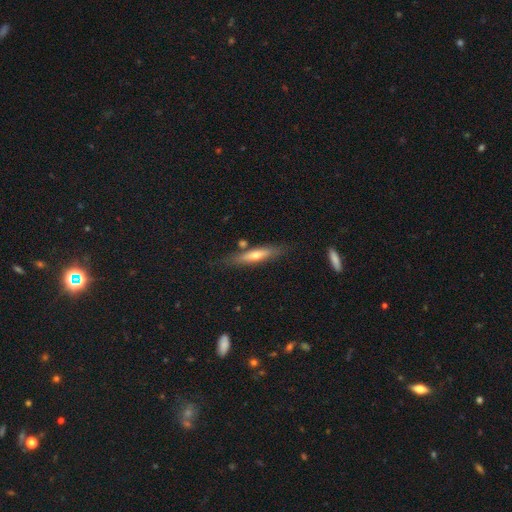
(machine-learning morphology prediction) This appears to be a featured or disk galaxy (48%). Merging: none (76%).